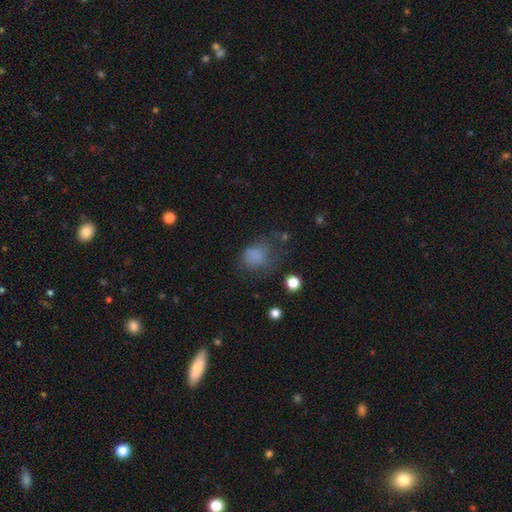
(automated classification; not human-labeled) This appears to be a smooth galaxy with no disk features (73%) that is round (54%). Merging: none (44%).